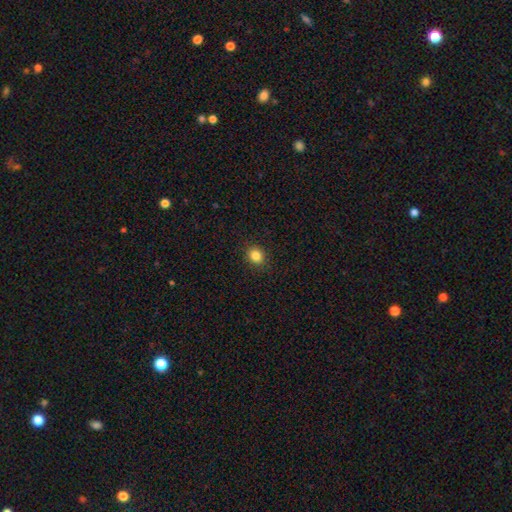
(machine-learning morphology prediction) Smooth or featured? Predicted: smooth (p=0.84). How rounded? Predicted: round (p=0.71). Merging? Predicted: none (p=0.90).